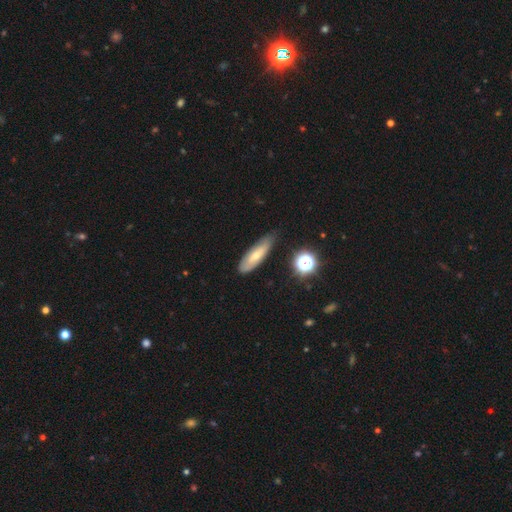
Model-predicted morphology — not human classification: smooth_or_featured: smooth (p=0.60) [alt: featured or disk p=0.32]
how_rounded: cigar-shaped (p=0.52) [alt: in between p=0.46]
merging: none (p=0.66) [alt: minor disturbance p=0.27]